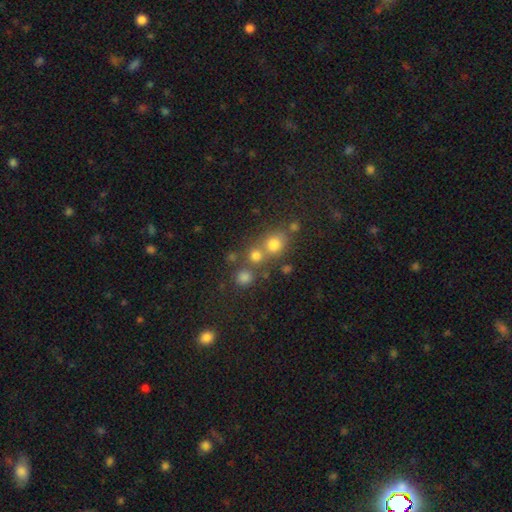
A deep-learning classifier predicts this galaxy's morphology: Smooth or featured? smooth (72%)
How rounded? round (85%)
Merging? none (55%)